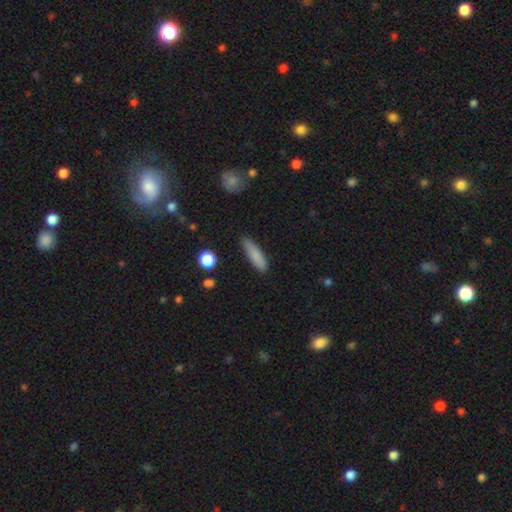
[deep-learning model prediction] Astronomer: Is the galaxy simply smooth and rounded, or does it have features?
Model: smooth — 82%.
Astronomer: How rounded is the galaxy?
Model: cigar-shaped — 69%.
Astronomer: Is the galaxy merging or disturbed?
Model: none — 80%.